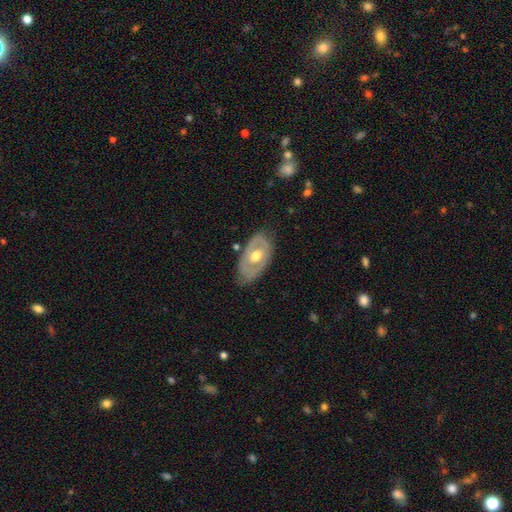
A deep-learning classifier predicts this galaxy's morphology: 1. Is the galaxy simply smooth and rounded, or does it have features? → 64% featured or disk, 31% smooth, 5% star or artifact.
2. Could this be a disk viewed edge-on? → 89% no, 11% yes.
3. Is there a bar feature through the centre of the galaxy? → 79% no, 16% weak, 5% strong.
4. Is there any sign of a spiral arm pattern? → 73% no, 27% yes.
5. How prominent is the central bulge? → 75% moderate, 13% large, 10% small, 1% dominant, 1% none.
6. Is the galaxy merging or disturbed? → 73% none, 20% minor disturbance, 6% major disturbance, 2% merger.